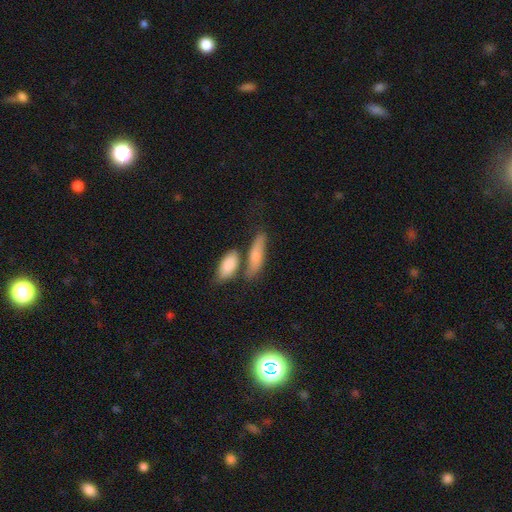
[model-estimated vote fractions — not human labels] Smooth or featured? smooth (75%)
How rounded? in between (54%)
Merging? none (49%)